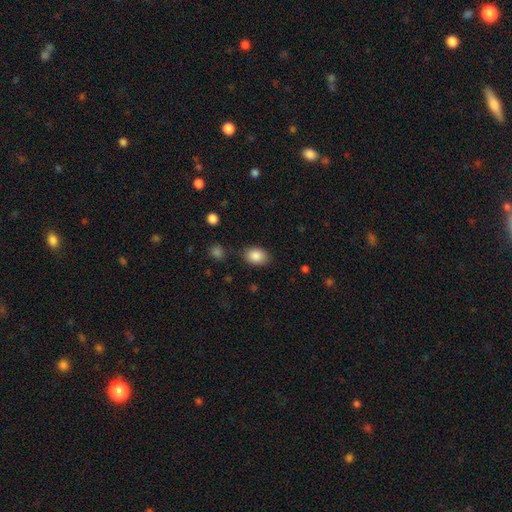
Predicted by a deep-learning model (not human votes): Smooth or featured?
  - smooth: 87% *
  - star or artifact: 8%
  - featured or disk: 6%
How rounded?
  - in between: 79% *
  - round: 20%
  - cigar-shaped: 1%
Merging?
  - none: 80% *
  - minor disturbance: 14%
  - major disturbance: 3%
  - merger: 3%